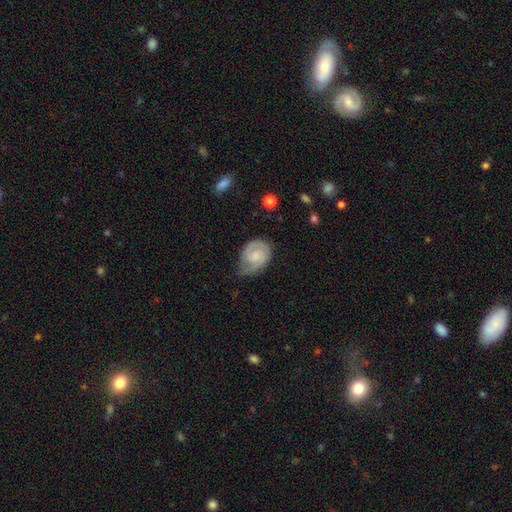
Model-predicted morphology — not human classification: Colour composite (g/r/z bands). It shows a featured or disk galaxy (66%) with no bar (61%), 2 (63%) tight (53%) spiral arms (91%) and a small central bulge (34%). Merging: none (48%).